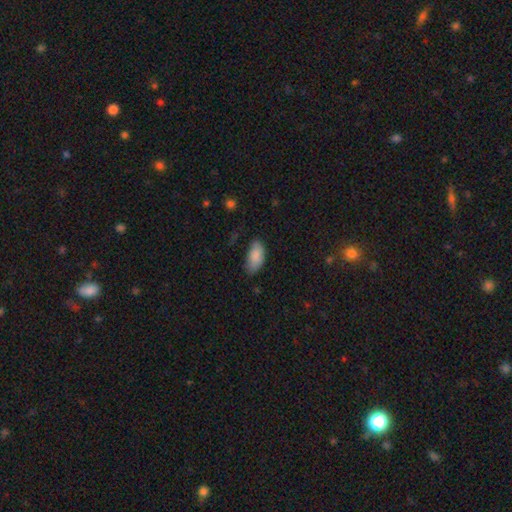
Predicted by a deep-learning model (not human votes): A smooth galaxy with no disk features (87%) that is in between round and cigar-shaped (93%).

Vote fractions:
- Smooth or featured? smooth: 87% / star or artifact: 7% / featured or disk: 6%
- How rounded? in between: 93% / cigar-shaped: 5% / round: 2%
- Merging? none: 69% / minor disturbance: 25% / major disturbance: 5% / merger: 2%